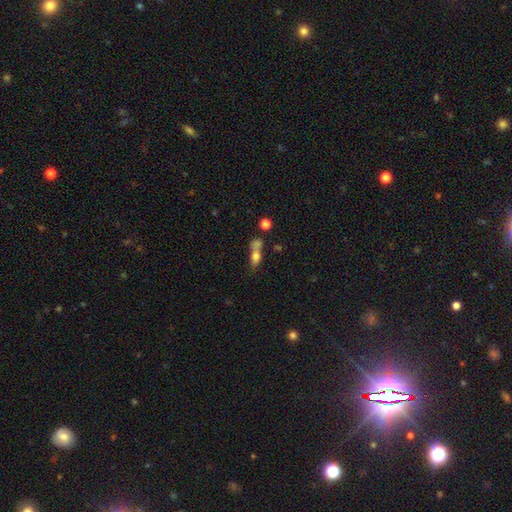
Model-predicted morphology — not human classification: Smooth or featured?
  - smooth: 70% *
  - featured or disk: 19%
  - star or artifact: 11%
How rounded?
  - in between: 64% *
  - cigar-shaped: 19%
  - round: 17%
Merging?
  - merger: 49% *
  - none: 29%
  - minor disturbance: 12%
  - major disturbance: 9%